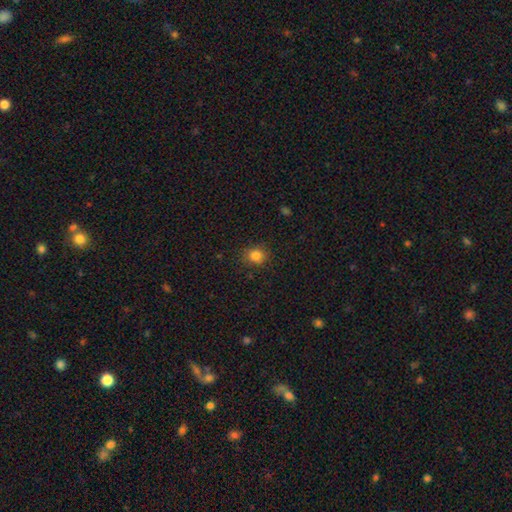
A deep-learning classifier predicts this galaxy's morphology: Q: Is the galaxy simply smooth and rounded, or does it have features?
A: smooth — 82%.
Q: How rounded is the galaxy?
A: round — 76%.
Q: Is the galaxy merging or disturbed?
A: none — 86%.